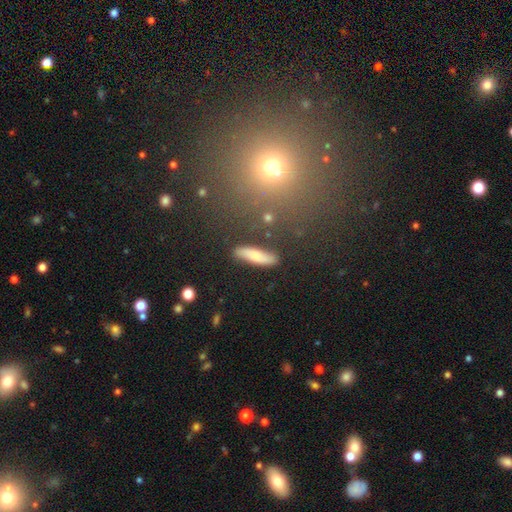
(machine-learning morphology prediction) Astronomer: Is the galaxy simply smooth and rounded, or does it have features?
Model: smooth — 69%.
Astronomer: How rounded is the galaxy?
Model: cigar-shaped — 71%.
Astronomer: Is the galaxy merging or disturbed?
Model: none — 81%.